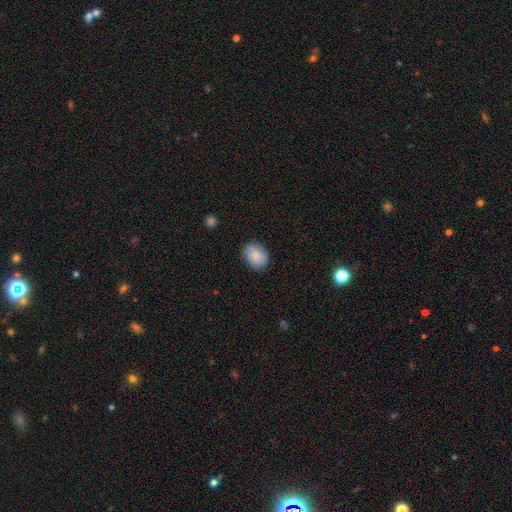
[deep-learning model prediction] Q: Smooth or featured?
A: smooth (81%); runner-up: featured or disk (12%)
Q: How rounded?
A: in between (59%); runner-up: round (40%)
Q: Merging?
A: none (83%); runner-up: minor disturbance (13%)